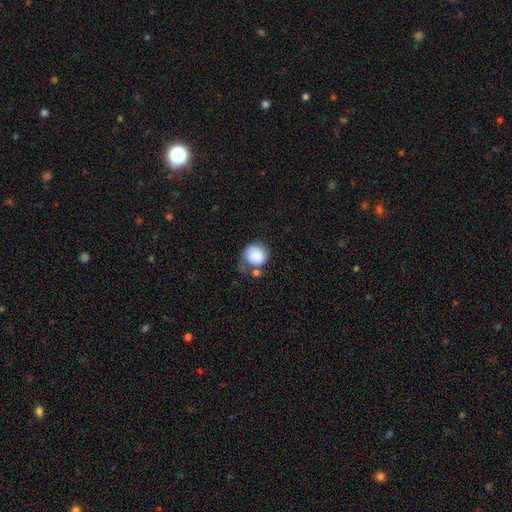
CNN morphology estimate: Smooth or featured? Predicted: smooth (p=0.77). How rounded? Predicted: round (p=0.86). Merging? Predicted: none (p=0.40).